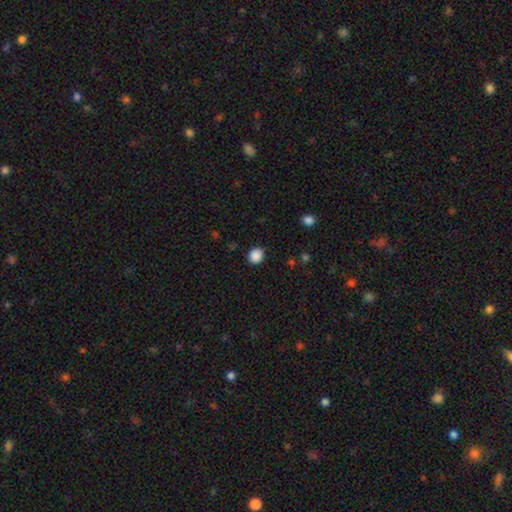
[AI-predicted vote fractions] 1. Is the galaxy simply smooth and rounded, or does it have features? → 88% smooth, 10% star or artifact, 3% featured or disk.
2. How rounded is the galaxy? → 80% round, 19% in between, 1% cigar-shaped.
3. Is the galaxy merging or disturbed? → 88% none, 8% minor disturbance, 2% major disturbance, 1% merger.